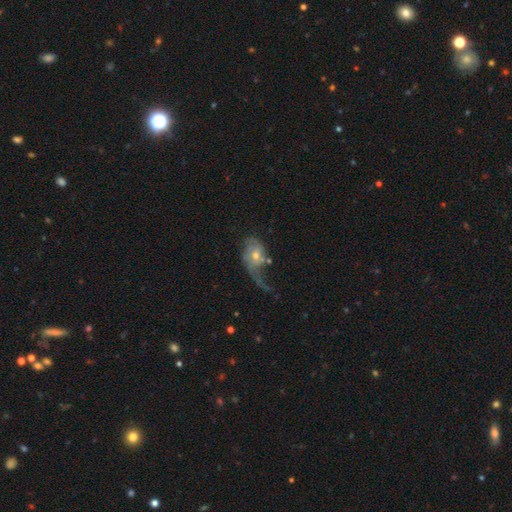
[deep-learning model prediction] Smooth or featured: featured or disk — 65% (smooth — 26%)
Edge-on disk: no — 96% (yes — 4%)
Bar: no — 72% (weak — 23%)
Spiral arms: yes — 77% (no — 23%)
Bulge size: moderate — 50% (small — 43%)
Merging: major disturbance — 48% (none — 24%)